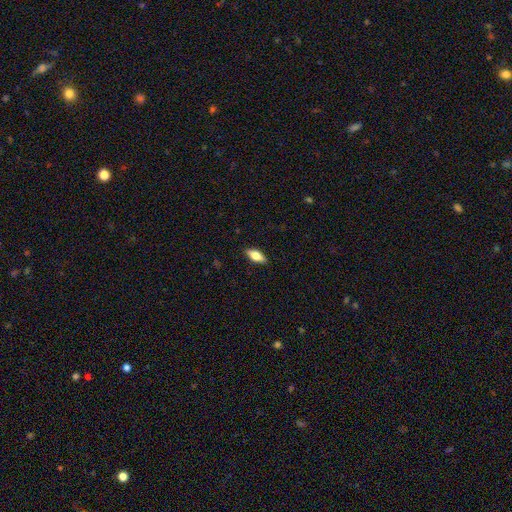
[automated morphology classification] This is likely a smooth galaxy (68%). How rounded: likely in between (79%). Merging: clearly none (88%).